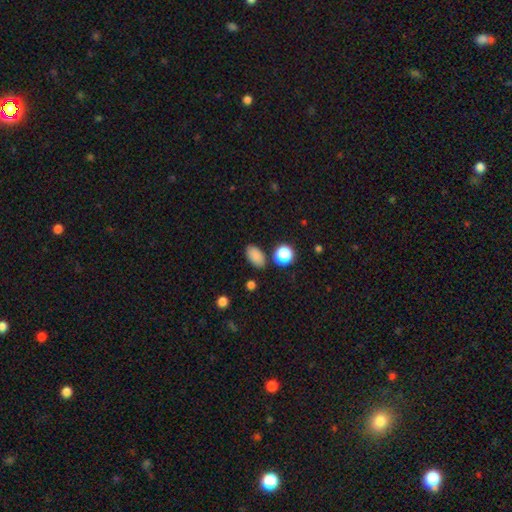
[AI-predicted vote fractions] Smooth or featured? Predicted: smooth (p=0.85). How rounded? Predicted: in between (p=0.89). Merging? Predicted: none (p=0.81).